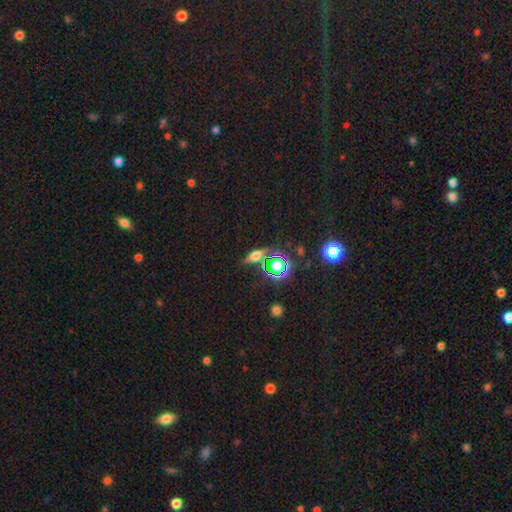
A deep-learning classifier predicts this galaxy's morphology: A smooth galaxy with no disk features (44%). Merging: none (78%).